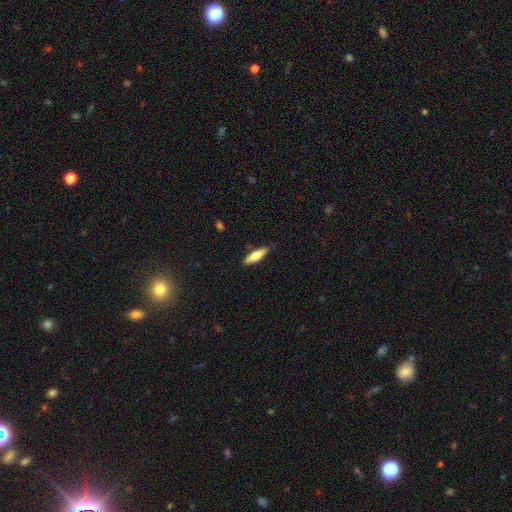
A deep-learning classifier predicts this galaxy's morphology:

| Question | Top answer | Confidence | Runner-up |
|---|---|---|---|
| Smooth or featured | smooth | 62% | featured or disk (32%) |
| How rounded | cigar-shaped | 64% | in between (34%) |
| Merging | none | 86% | minor disturbance (10%) |